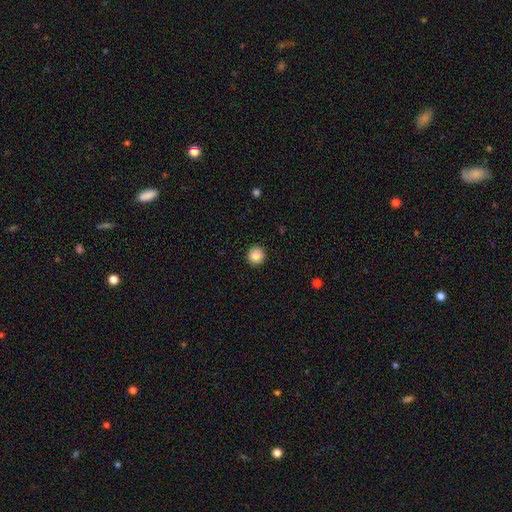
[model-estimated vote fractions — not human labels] This is clearly a smooth galaxy (85%). How rounded: clearly round (94%). Merging: clearly none (93%).